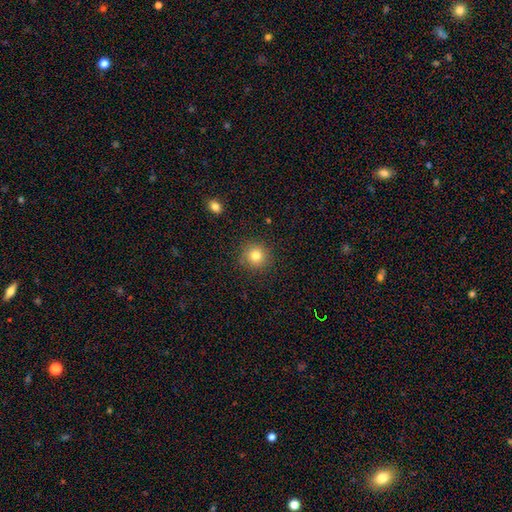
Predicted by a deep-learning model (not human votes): Smooth or featured: smooth — 81% (star or artifact — 12%)
How rounded: round — 93% (in between — 6%)
Merging: none — 88% (minor disturbance — 8%)